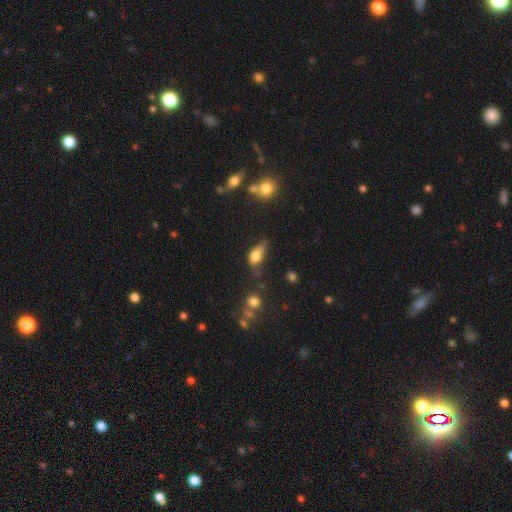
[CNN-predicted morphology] Smooth or featured? Predicted: smooth (p=0.71). How rounded? Predicted: in between (p=0.79). Merging? Predicted: minor disturbance (p=0.37).